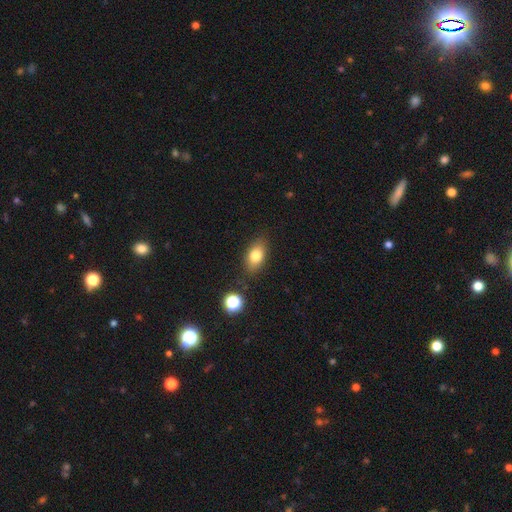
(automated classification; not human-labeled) Smooth or featured? smooth (79%)
How rounded? in between (84%)
Merging? none (83%)